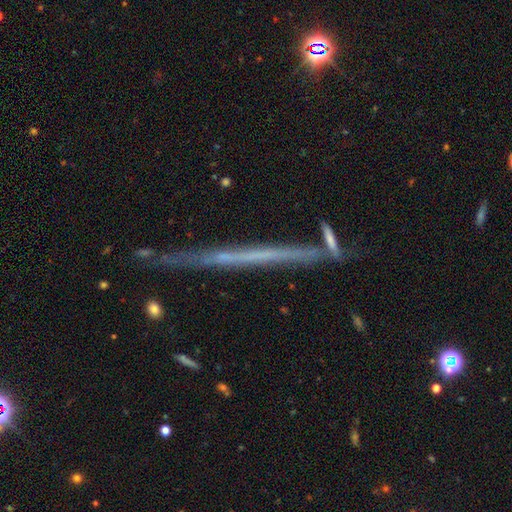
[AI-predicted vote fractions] Smooth or featured? Predicted: featured or disk (p=0.64). Edge-on disk? Predicted: yes (p=0.96). Edge-on bulge? Predicted: none (p=0.91). Merging? Predicted: none (p=0.80).